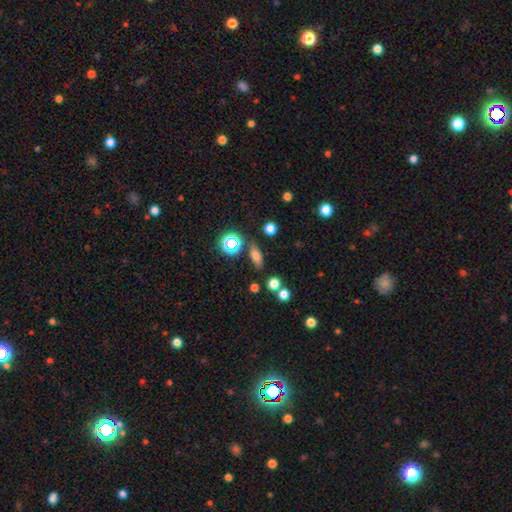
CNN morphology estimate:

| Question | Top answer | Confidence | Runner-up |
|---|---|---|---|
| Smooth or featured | smooth | 69% | star or artifact (18%) |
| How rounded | in between | 64% | cigar-shaped (25%) |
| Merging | none | 80% | minor disturbance (11%) |